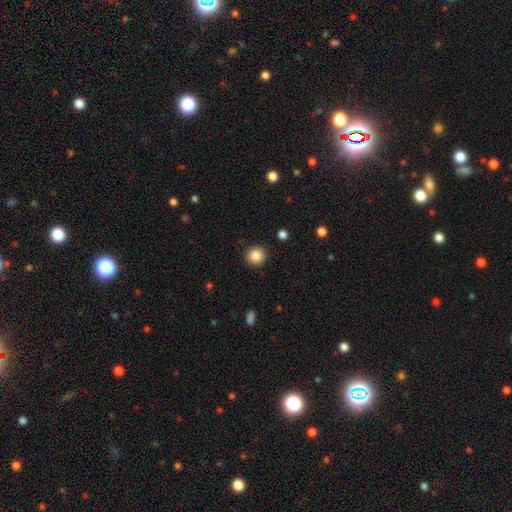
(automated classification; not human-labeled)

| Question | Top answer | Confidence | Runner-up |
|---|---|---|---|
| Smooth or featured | smooth | 85% | star or artifact (10%) |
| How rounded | round | 91% | in between (8%) |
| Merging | none | 91% | minor disturbance (6%) |